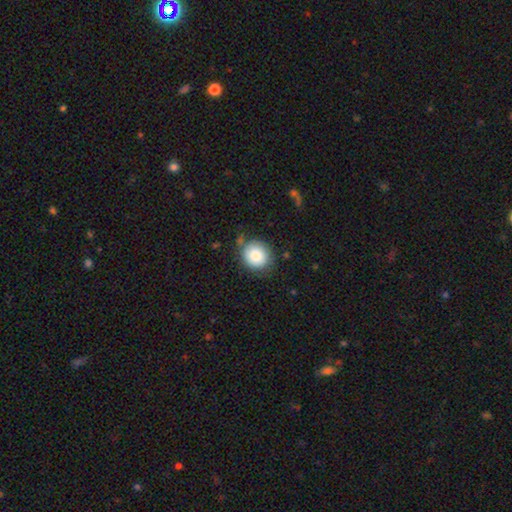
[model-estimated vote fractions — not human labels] This appears to be a smooth galaxy with no disk features (83%) that is round (87%). Merging: none (78%).